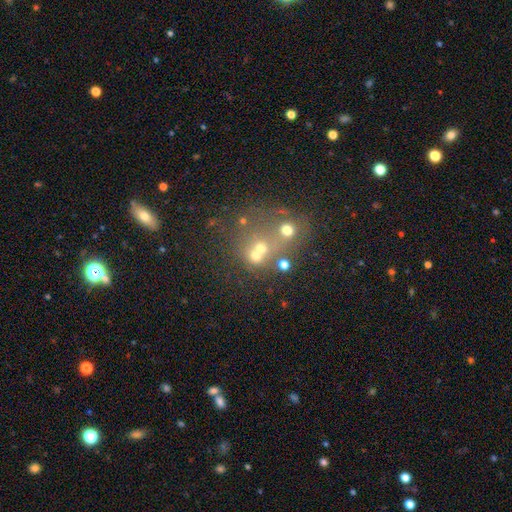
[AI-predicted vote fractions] Smooth or featured? Predicted: smooth (p=0.54). How rounded? Predicted: round (p=0.73). Merging? Predicted: merger (p=0.46).